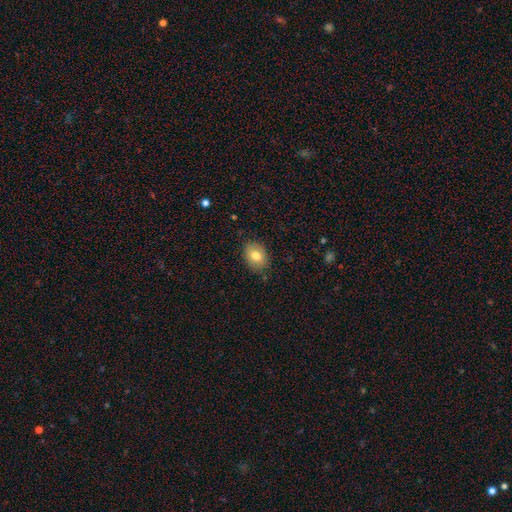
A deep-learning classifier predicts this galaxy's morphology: Smooth or featured: smooth — 79% (featured or disk — 13%)
How rounded: in between — 71% (round — 28%)
Merging: none — 85% (minor disturbance — 12%)